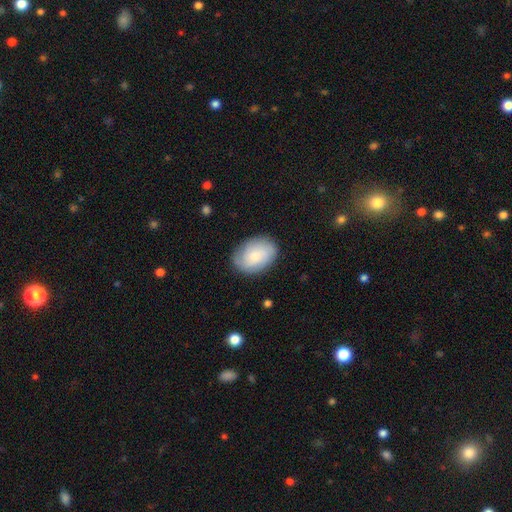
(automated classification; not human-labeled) This is likely a smooth galaxy (62%). How rounded: likely in between (79%). Merging: likely none (80%).